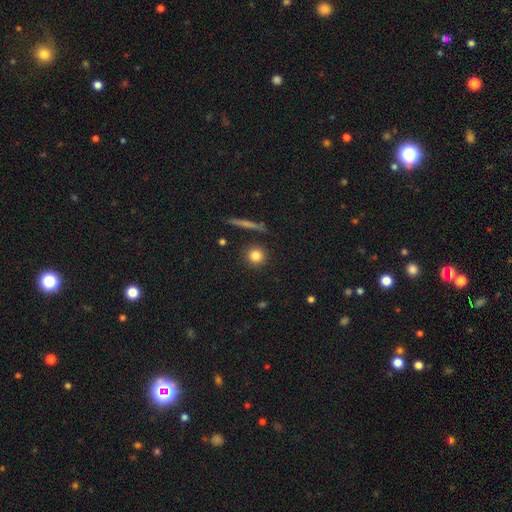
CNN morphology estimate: Smooth or featured: smooth — 81% (star or artifact — 10%)
How rounded: round — 92% (in between — 6%)
Merging: none — 88% (minor disturbance — 7%)